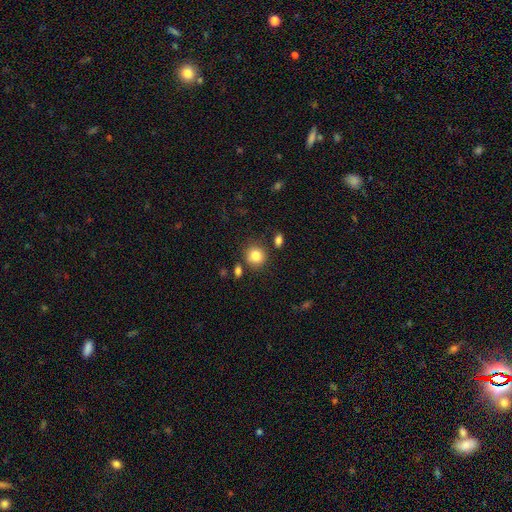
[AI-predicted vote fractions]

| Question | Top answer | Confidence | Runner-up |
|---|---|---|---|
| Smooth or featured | smooth | 83% | star or artifact (10%) |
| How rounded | round | 86% | in between (13%) |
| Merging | none | 80% | minor disturbance (10%) |